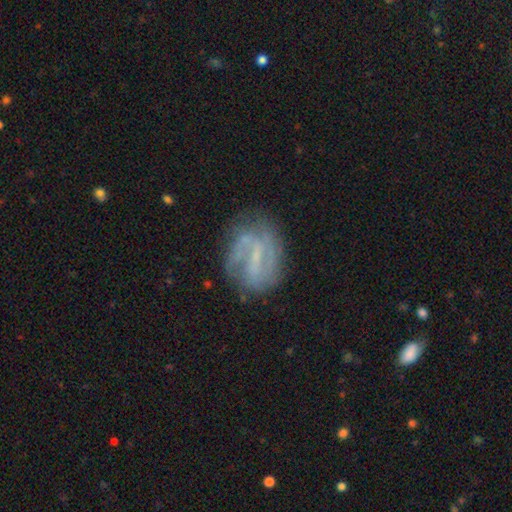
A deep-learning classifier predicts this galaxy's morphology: smooth_or_featured: featured or disk (p=0.75) [alt: smooth p=0.16]
disk_edge_on: no (p=0.96) [alt: yes p=0.04]
bar: strong (p=0.45) [alt: weak p=0.40]
has_spiral_arms: yes (p=0.79) [alt: no p=0.21]
spiral_winding: medium (p=0.39) [alt: tight p=0.34]
spiral_arm_count: 2 (p=0.55) [alt: can't tell p=0.25]
bulge_size: small (p=0.45) [alt: none p=0.41]
merging: none (p=0.66) [alt: minor disturbance p=0.20]